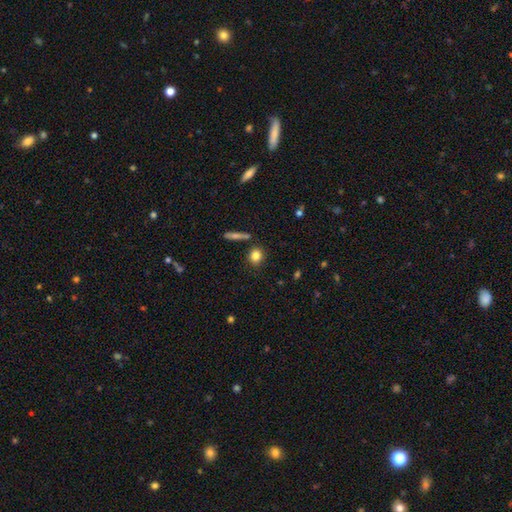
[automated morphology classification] This is clearly a smooth galaxy (82%). How rounded: likely round (68%). Merging: clearly none (82%).